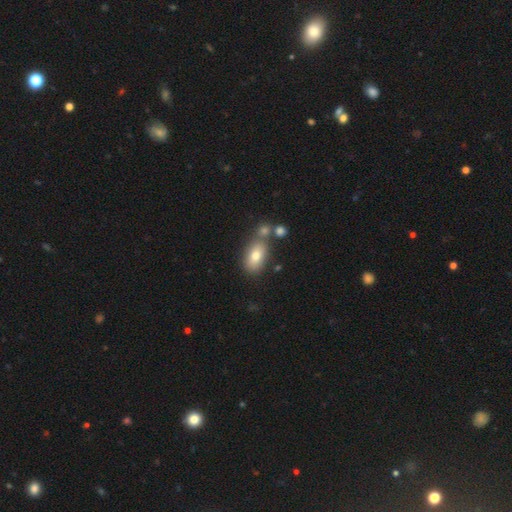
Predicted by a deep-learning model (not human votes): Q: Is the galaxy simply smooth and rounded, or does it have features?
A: smooth — 77%.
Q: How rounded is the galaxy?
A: in between — 88%.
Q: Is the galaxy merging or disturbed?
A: none — 61%.